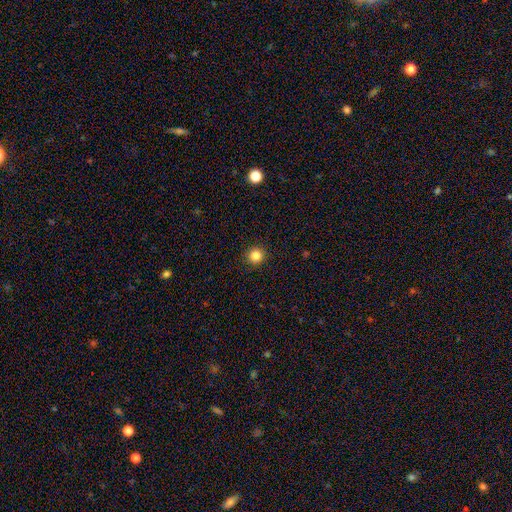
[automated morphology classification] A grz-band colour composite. It shows a smooth galaxy with no disk features (84%) that is round (91%). Merging: none (92%).